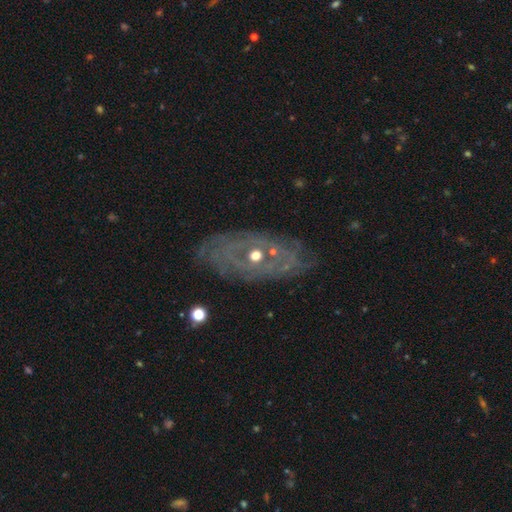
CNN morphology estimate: Q: Smooth or featured?
A: featured or disk (79%); runner-up: smooth (13%)
Q: Edge-on disk?
A: no (93%); runner-up: yes (7%)
Q: Bar?
A: no (84%); runner-up: weak (11%)
Q: Spiral arms?
A: yes (55%); runner-up: no (45%)
Q: Bulge size?
A: moderate (70%); runner-up: small (22%)
Q: Merging?
A: none (66%); runner-up: minor disturbance (20%)